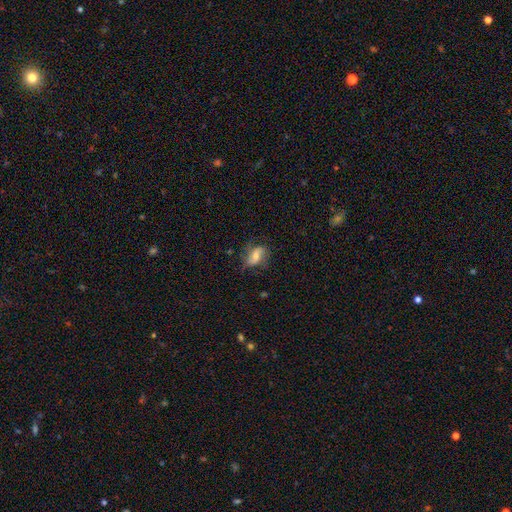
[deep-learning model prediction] This is possibly a featured or disk galaxy (48%). Merging: likely none (65%).